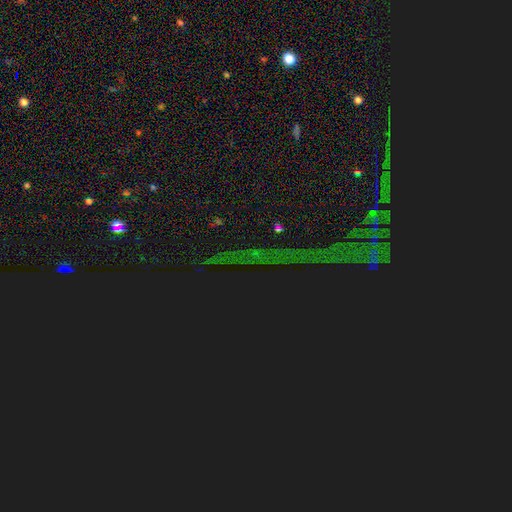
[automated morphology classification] A star or artifact, not a galaxy (84%).